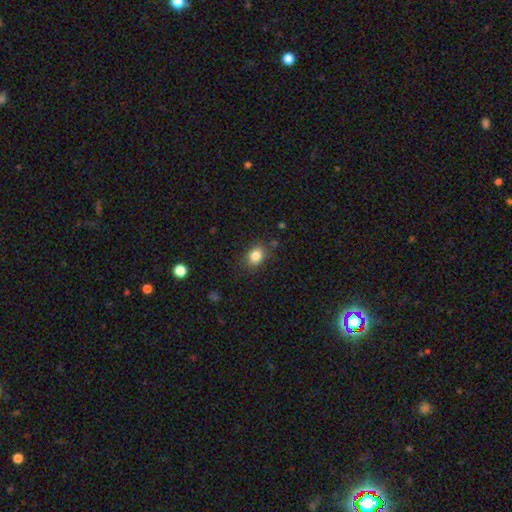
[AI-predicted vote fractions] Q: Smooth or featured?
A: smooth (84%); runner-up: star or artifact (10%)
Q: How rounded?
A: in between (60%); runner-up: round (39%)
Q: Merging?
A: none (80%); runner-up: minor disturbance (14%)